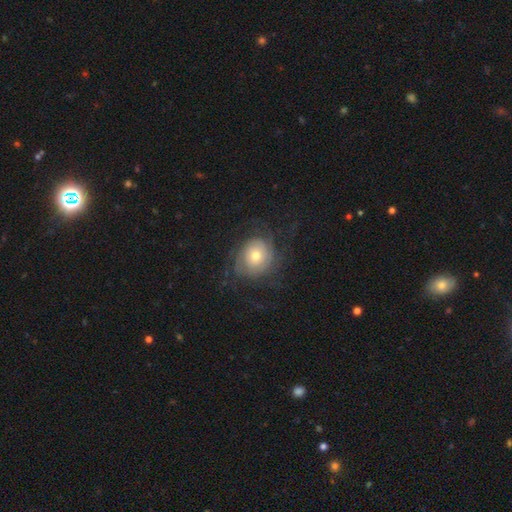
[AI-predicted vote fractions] Morphology: type=featured or disk (63%); edge-on=no (97%); bar=no (82%); spiral arms=yes (84%); winding=tight (54%); arm count=can't tell (41%); bulge=moderate (60%); merging=none (66%).